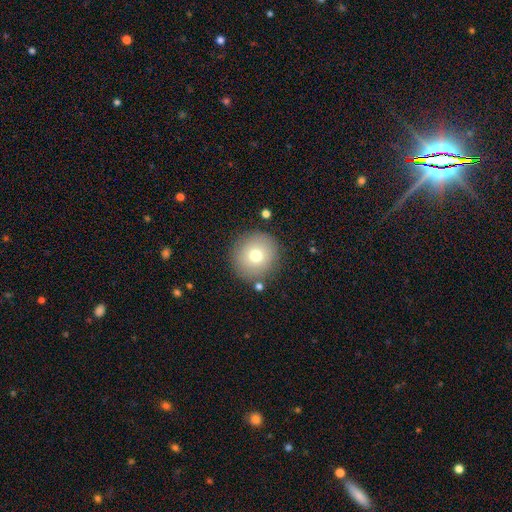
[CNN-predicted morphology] Smooth or featured? smooth (74%)
How rounded? round (92%)
Merging? none (84%)